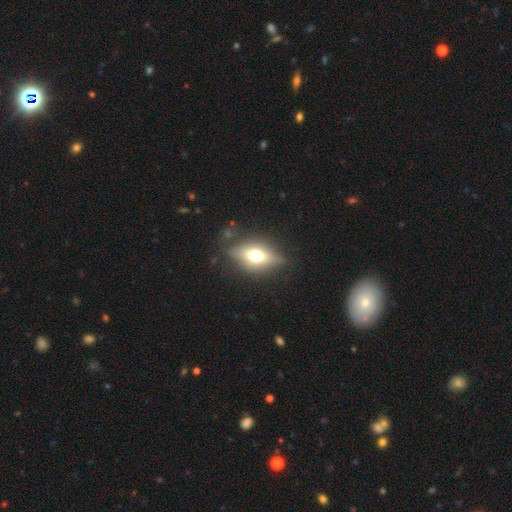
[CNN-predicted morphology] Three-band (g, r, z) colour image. It shows a smooth galaxy with no disk features (48%). Merging: none (75%).